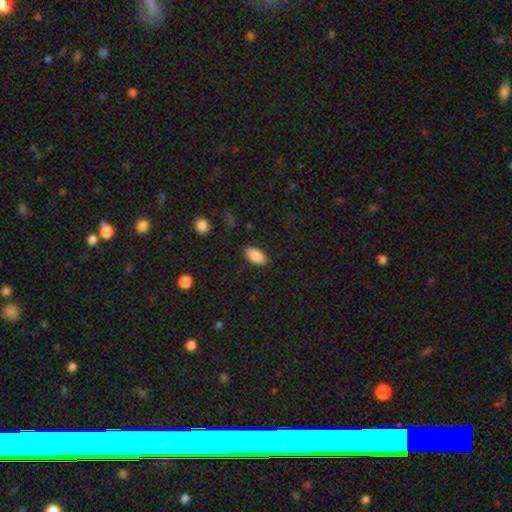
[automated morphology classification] Q: Smooth or featured?
A: smooth (88%); runner-up: star or artifact (7%)
Q: How rounded?
A: in between (90%); runner-up: cigar-shaped (8%)
Q: Merging?
A: none (87%); runner-up: minor disturbance (10%)